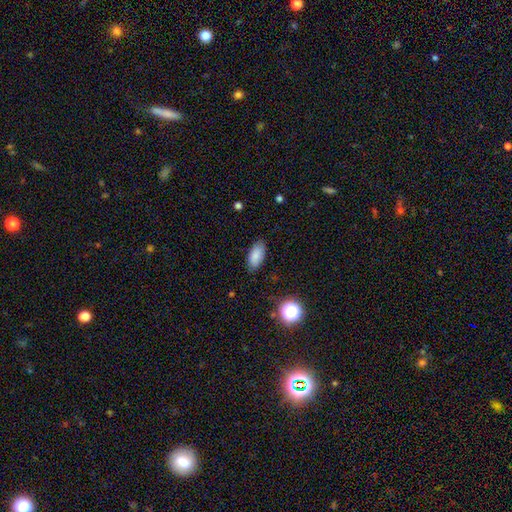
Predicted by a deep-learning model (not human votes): The model was most divided on "merging": none: 84%, minor disturbance: 12%, major disturbance: 3%, merger: 1%. More confident: how rounded — in between (89%); smooth or featured — smooth (85%).